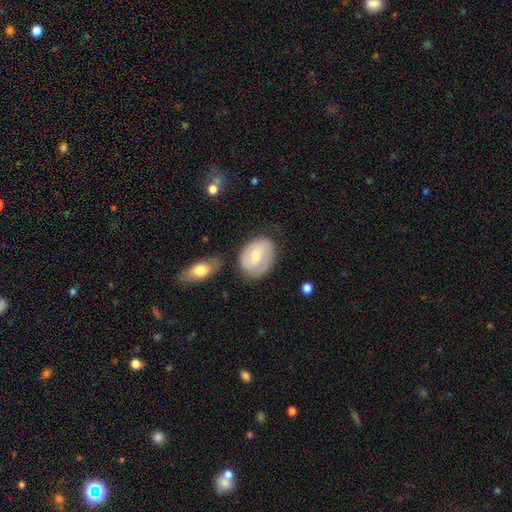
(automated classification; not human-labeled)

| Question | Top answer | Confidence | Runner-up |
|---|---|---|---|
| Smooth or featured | smooth | 57% | featured or disk (37%) |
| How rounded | in between | 67% | round (32%) |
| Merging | none | 66% | minor disturbance (20%) |